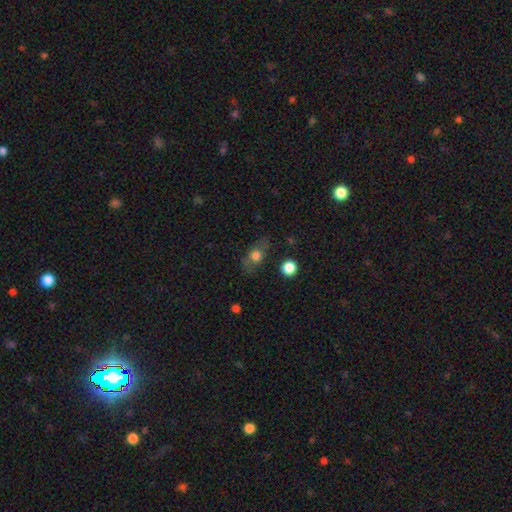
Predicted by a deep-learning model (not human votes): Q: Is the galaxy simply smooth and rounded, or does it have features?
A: smooth — 66%.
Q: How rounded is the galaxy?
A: in between — 61%.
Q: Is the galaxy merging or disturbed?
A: none — 72%.